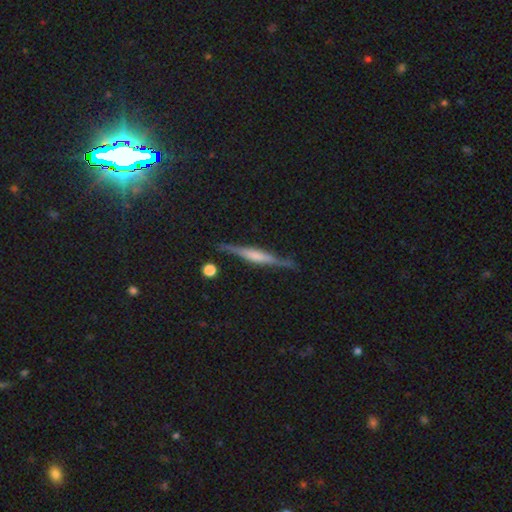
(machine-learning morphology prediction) Smooth or featured: featured or disk — 71% (smooth — 23%)
Edge-on disk: yes — 97% (no — 3%)
Edge-on bulge: rounded — 42% (tied with boxy — 42%)
Merging: none — 85% (minor disturbance — 11%)